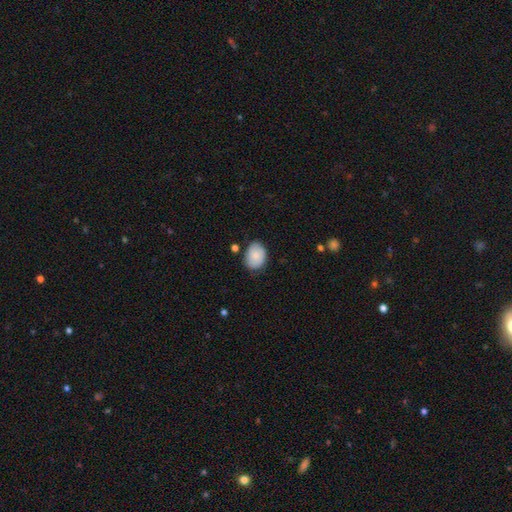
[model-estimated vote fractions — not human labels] Smooth or featured? smooth (81%)
How rounded? in between (67%)
Merging? none (72%)